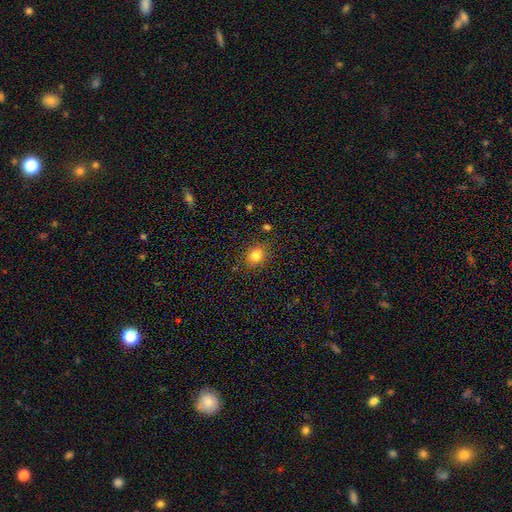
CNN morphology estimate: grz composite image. It shows a smooth galaxy with no disk features (80%) that is round (57%). Merging: none (83%).